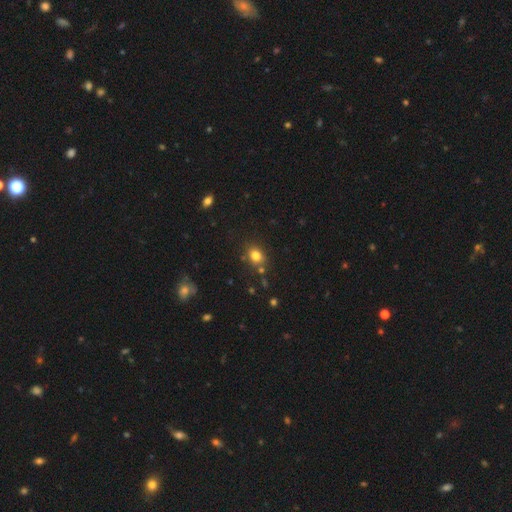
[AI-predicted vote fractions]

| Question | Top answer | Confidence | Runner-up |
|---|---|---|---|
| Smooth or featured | smooth | 80% | star or artifact (13%) |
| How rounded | round | 56% | in between (43%) |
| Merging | none | 78% | minor disturbance (13%) |